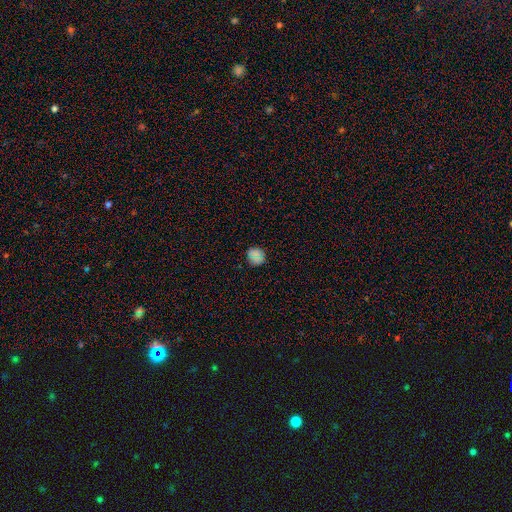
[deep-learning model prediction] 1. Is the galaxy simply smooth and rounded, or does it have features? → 73% smooth, 19% star or artifact, 7% featured or disk.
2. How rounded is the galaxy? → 86% round, 13% in between, 1% cigar-shaped.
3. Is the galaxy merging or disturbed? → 87% none, 9% minor disturbance, 3% major disturbance, 2% merger.